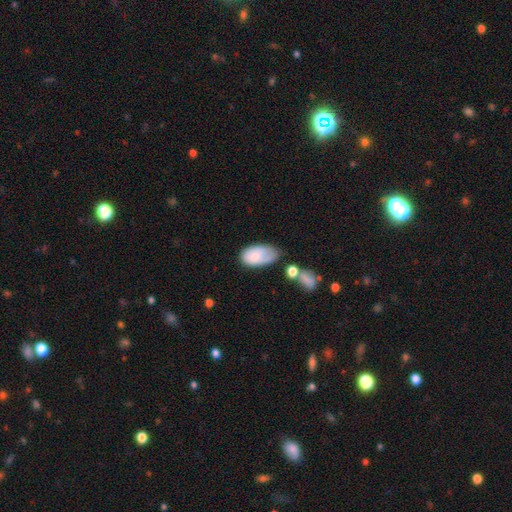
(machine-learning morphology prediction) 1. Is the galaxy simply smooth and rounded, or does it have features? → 73% smooth, 20% featured or disk, 7% star or artifact.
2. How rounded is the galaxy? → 94% in between, 4% round, 2% cigar-shaped.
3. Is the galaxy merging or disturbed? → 41% none, 35% minor disturbance, 14% major disturbance, 10% merger.